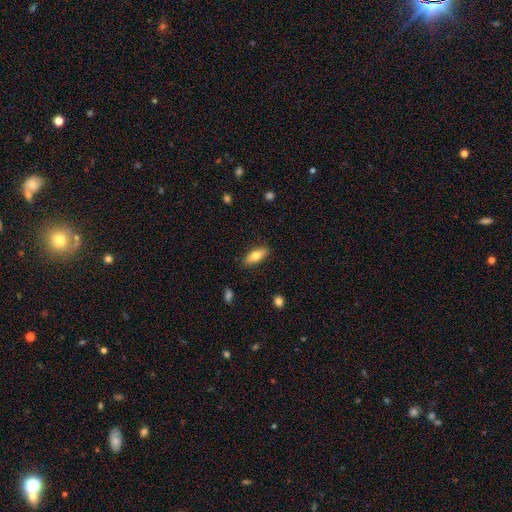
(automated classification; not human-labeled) smooth_or_featured: smooth (p=0.72) [alt: featured or disk p=0.22]
how_rounded: in between (p=0.66) [alt: cigar-shaped p=0.31]
merging: none (p=0.87) [alt: minor disturbance p=0.10]